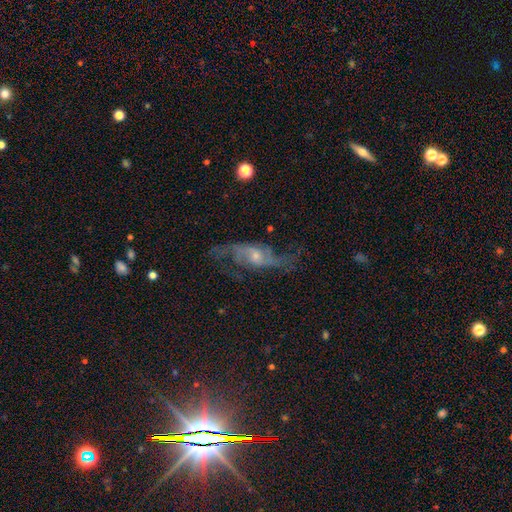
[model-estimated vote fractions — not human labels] Overall: featured or disk (79%). Edge-on disk: no (89%). Bar: no (55%; weak 36%). Spiral arms: yes (91%). Spiral arm count: 2 (76%). Spiral winding: loose (56%; medium 33%). Bulge size: small (55%; moderate 37%). Merging: none (60%).